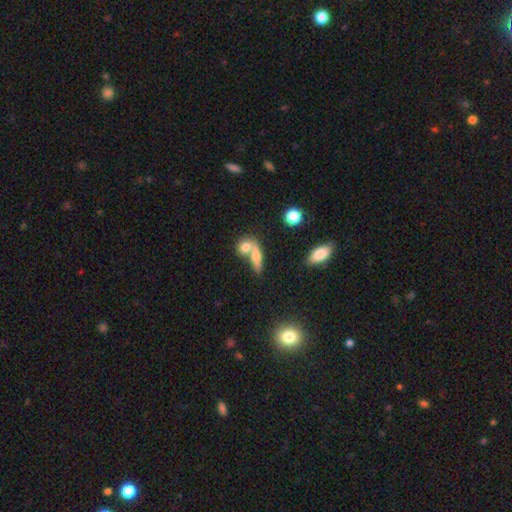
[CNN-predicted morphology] Smooth or featured? smooth (67%)
How rounded? in between (57%)
Merging? merger (58%)